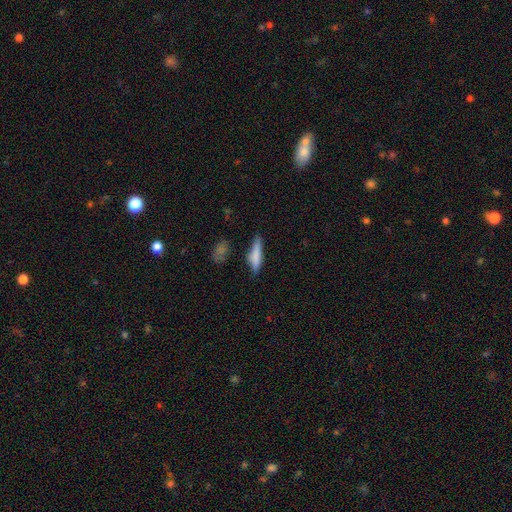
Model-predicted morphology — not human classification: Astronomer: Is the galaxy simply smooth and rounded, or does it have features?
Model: smooth — 75%.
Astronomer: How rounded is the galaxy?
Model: cigar-shaped — 75%.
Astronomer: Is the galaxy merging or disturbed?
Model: none — 73%.